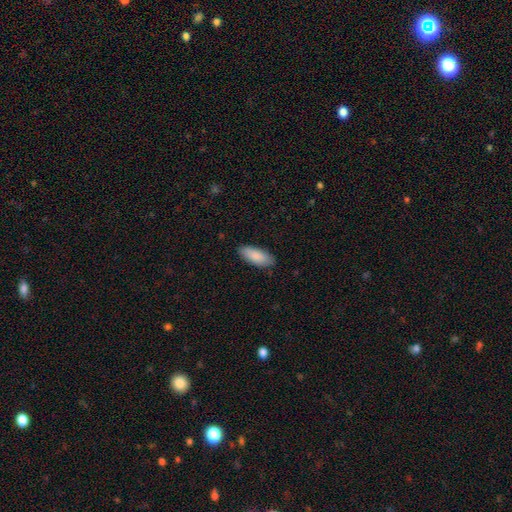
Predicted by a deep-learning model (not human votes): This is clearly a smooth galaxy (88%). How rounded: clearly in between (80%). Merging: clearly none (87%).